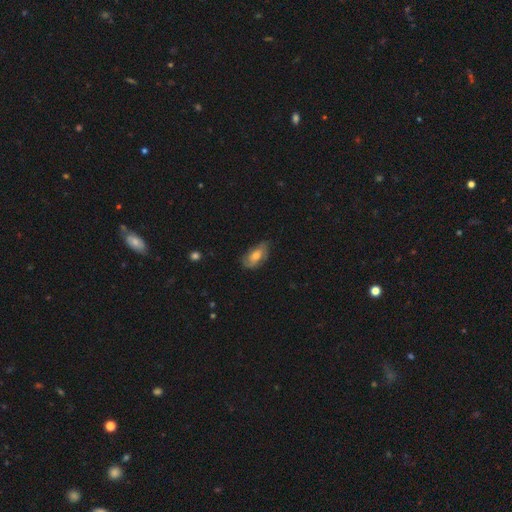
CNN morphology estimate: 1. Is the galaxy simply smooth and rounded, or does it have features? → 47% featured or disk, 45% smooth, 8% star or artifact.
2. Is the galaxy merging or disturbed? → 63% none, 27% minor disturbance, 8% major disturbance, 1% merger.